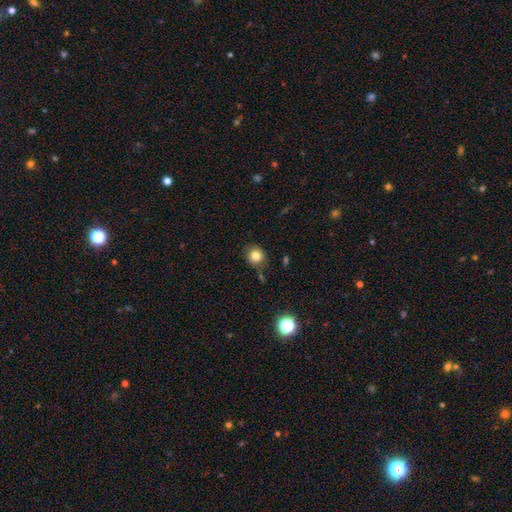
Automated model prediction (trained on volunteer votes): A smooth galaxy with no disk features (81%) that is round (82%). Merging: none (75%).